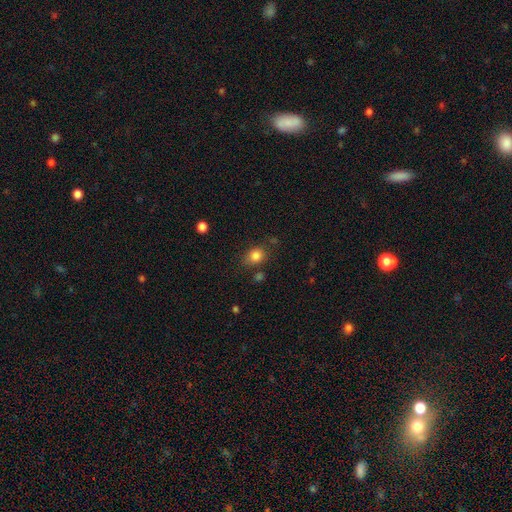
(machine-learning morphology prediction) Smooth or featured? smooth (83%)
How rounded? round (55%)
Merging? none (73%)